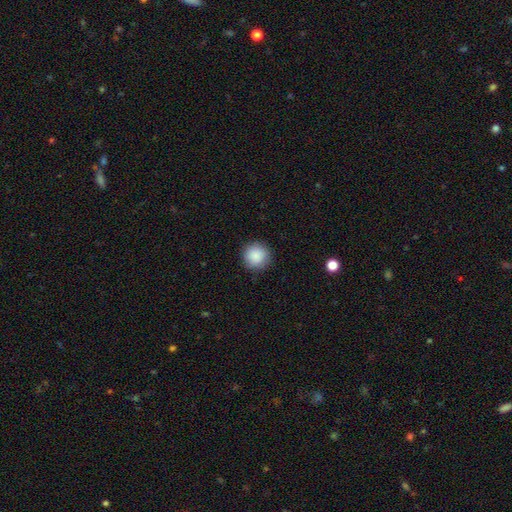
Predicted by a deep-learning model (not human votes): Morphology: type=smooth (89%); roundness=round (95%); merging=none (90%).